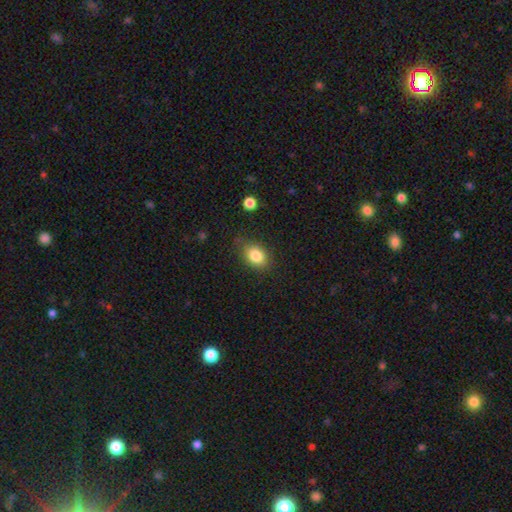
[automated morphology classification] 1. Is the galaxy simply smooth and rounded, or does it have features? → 84% smooth, 9% star or artifact, 7% featured or disk.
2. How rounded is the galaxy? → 70% in between, 29% round, 1% cigar-shaped.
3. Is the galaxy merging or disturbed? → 78% none, 16% minor disturbance, 4% major disturbance, 2% merger.